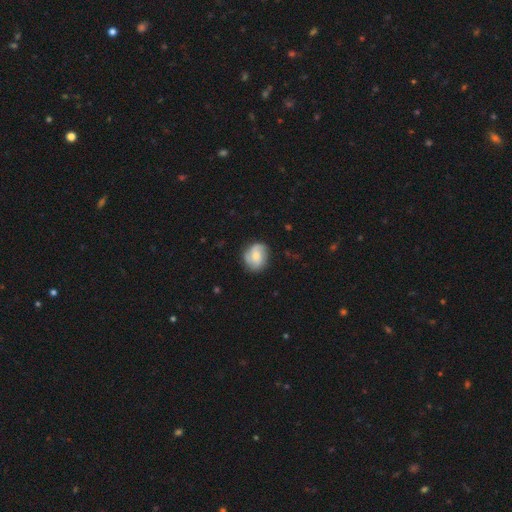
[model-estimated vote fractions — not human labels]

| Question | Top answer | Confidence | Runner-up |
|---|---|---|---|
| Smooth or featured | featured or disk | 49% | smooth (43%) |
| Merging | none | 77% | minor disturbance (17%) |